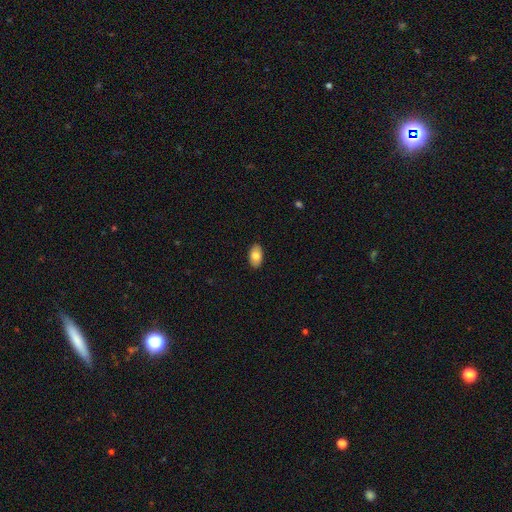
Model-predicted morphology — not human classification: smooth 80%, featured or disk 14%, star or artifact 7%. Down the decision tree: how rounded — in between (94%); merging — none (89%).